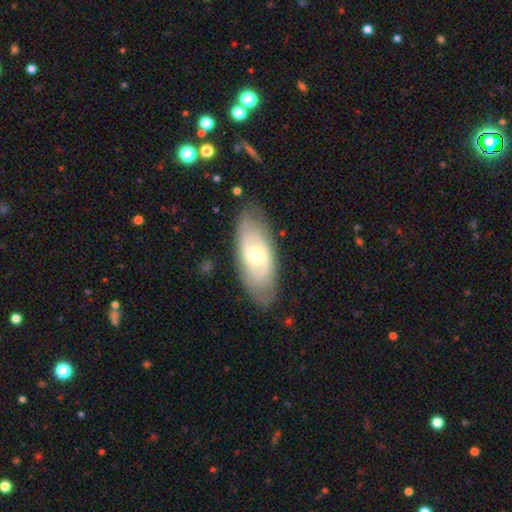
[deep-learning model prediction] A featured or disk galaxy (64%) with no bar (70%), spiral arms (55%) and a moderate central bulge (59%).

Vote fractions:
- Smooth or featured? featured or disk: 64% / smooth: 30% / star or artifact: 5%
- Edge-on disk? no: 87% / yes: 13%
- Bar? no: 70% / weak: 23% / strong: 7%
- Spiral arms? yes: 55% / no: 45%
- Bulge size? moderate: 59% / small: 35% / large: 4% / none: 1% / dominant: 1%
- Merging? none: 80% / minor disturbance: 14% / major disturbance: 4% / merger: 1%